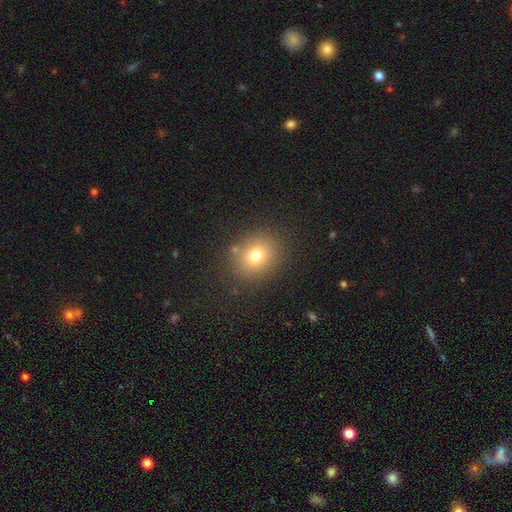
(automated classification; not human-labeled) smooth-or-featured: smooth: 75% | star or artifact: 14% | featured or disk: 11%
  how-rounded: round: 64% | in between: 35% | cigar-shaped: 1%
  merging: none: 83% | minor disturbance: 10% | major disturbance: 4% | merger: 3%